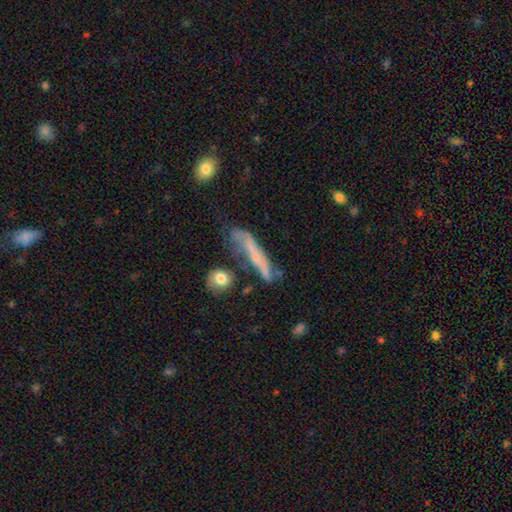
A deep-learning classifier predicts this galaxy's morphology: The model was most divided on "smooth or featured": featured or disk: 50%, smooth: 40%, star or artifact: 9%. Remaining: edge-on disk — yes (60%); merging — none (44%).